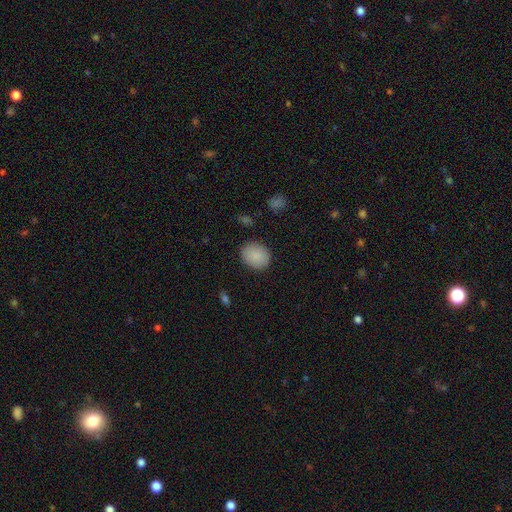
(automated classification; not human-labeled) Smooth or featured? smooth (89%)
How rounded? round (52%)
Merging? none (88%)